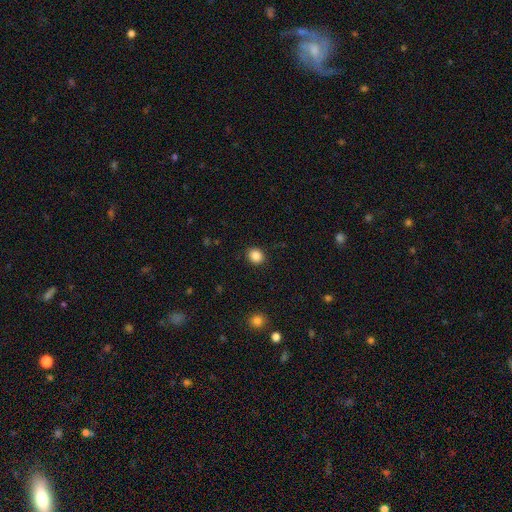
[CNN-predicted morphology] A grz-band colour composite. It shows a smooth galaxy with no disk features (87%) that is round (72%). Merging: none (90%).